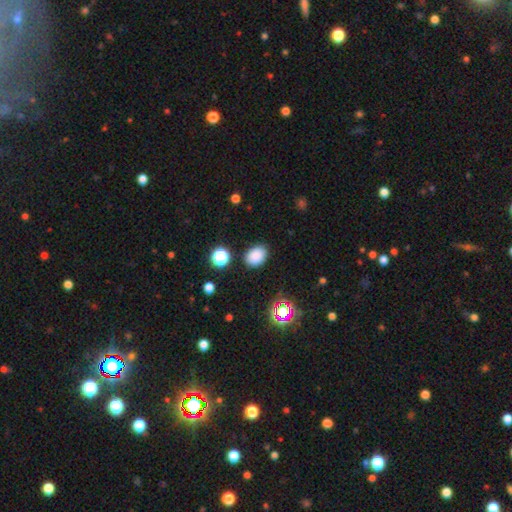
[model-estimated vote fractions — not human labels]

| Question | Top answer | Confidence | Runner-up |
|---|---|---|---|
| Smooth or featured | smooth | 83% | star or artifact (13%) |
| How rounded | in between | 70% | round (29%) |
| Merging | none | 85% | minor disturbance (10%) |